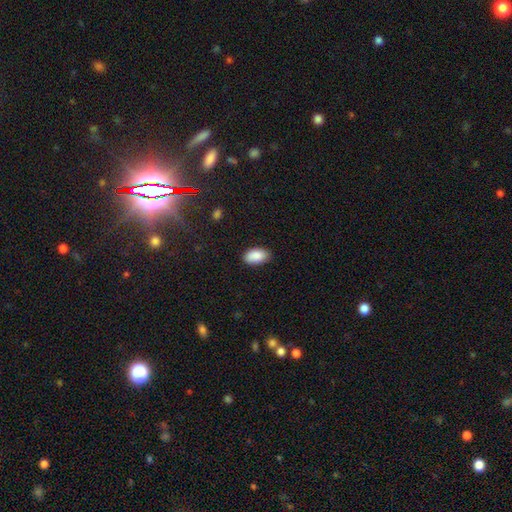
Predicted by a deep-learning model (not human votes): Smooth or featured?
  - smooth: 89% *
  - star or artifact: 7%
  - featured or disk: 4%
How rounded?
  - in between: 94% *
  - round: 4%
  - cigar-shaped: 2%
Merging?
  - none: 84% *
  - minor disturbance: 13%
  - major disturbance: 2%
  - merger: 1%